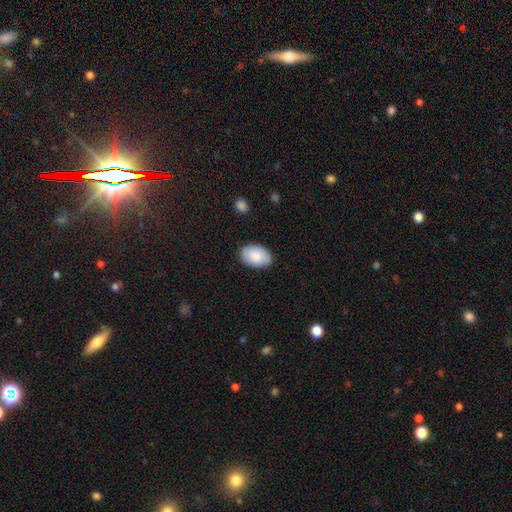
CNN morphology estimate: smooth 86%, featured or disk 8%, star or artifact 6%. Down the decision tree: how rounded — in between (92%); merging — none (87%).